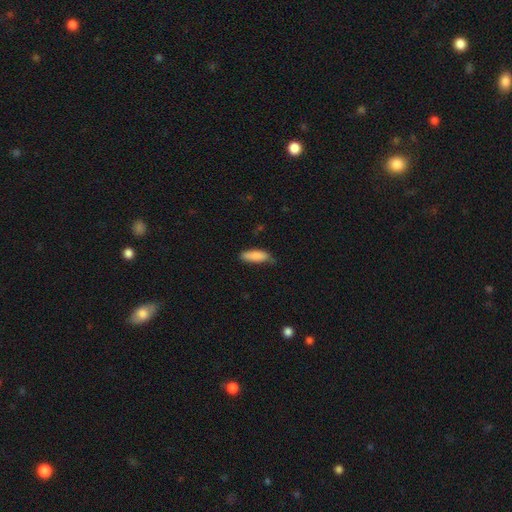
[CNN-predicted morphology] This appears to be a smooth galaxy with no disk features (86%) that is in between round and cigar-shaped (61%). Merging: none (62%).